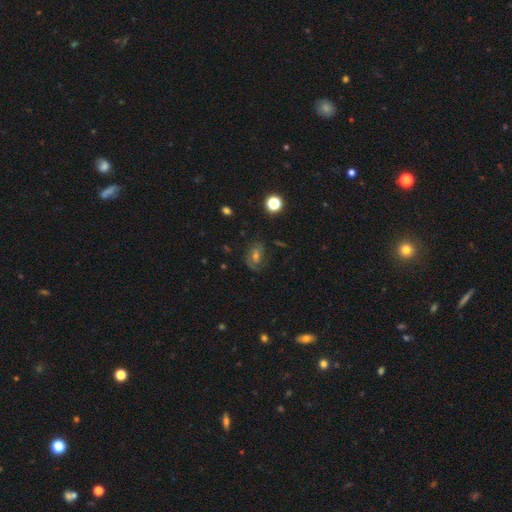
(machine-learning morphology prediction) A featured or disk galaxy (45%).

Vote fractions:
- Smooth or featured? featured or disk: 45% / smooth: 30% / star or artifact: 25%
- Merging? none: 72% / minor disturbance: 17% / major disturbance: 9% / merger: 2%